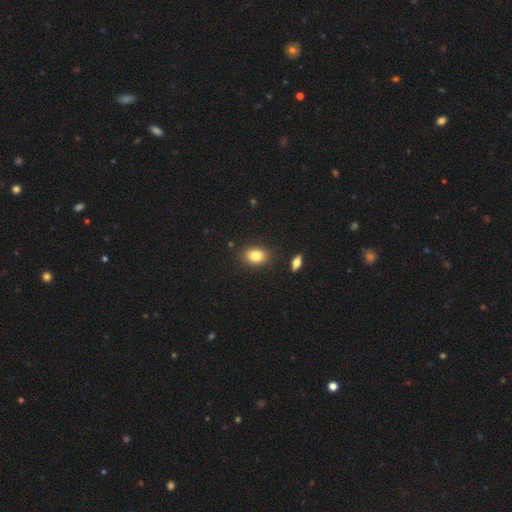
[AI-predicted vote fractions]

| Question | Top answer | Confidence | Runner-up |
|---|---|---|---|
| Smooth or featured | smooth | 83% | star or artifact (9%) |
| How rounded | in between | 73% | round (25%) |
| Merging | none | 87% | minor disturbance (8%) |